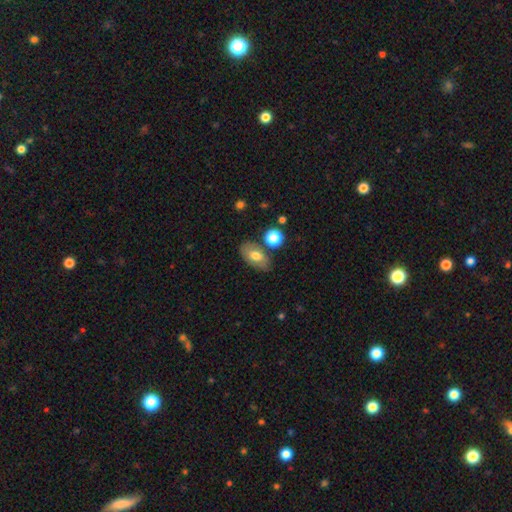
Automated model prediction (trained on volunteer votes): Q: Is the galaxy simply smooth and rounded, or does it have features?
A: smooth — 69%.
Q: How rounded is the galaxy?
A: in between — 89%.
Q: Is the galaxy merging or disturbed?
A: none — 74%.